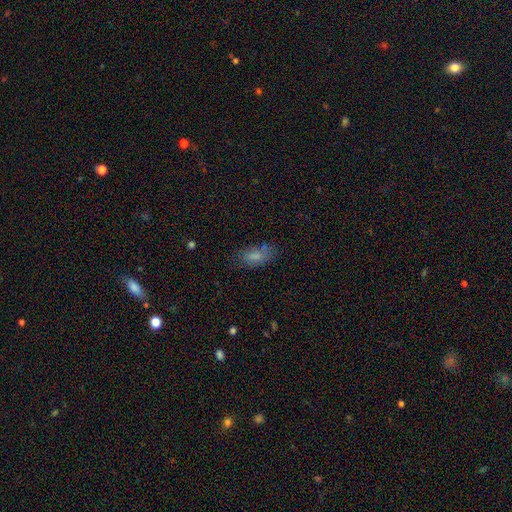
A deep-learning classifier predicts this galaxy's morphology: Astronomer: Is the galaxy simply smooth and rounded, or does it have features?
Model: smooth — 75%.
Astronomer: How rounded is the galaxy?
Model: in between — 88%.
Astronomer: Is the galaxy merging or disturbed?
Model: none — 67%.